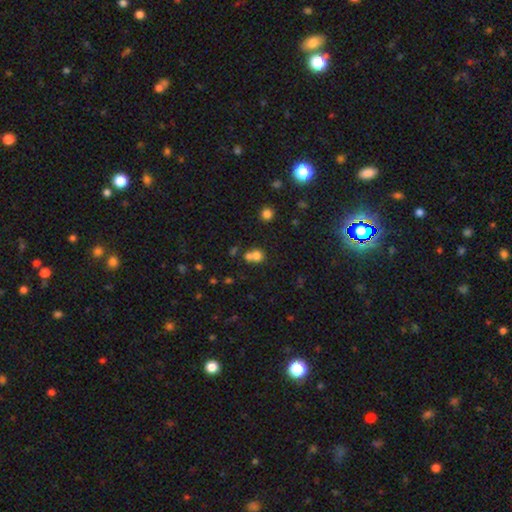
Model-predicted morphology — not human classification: This appears to be a smooth galaxy with no disk features (73%) that is round (76%). Merging: merger (56%).